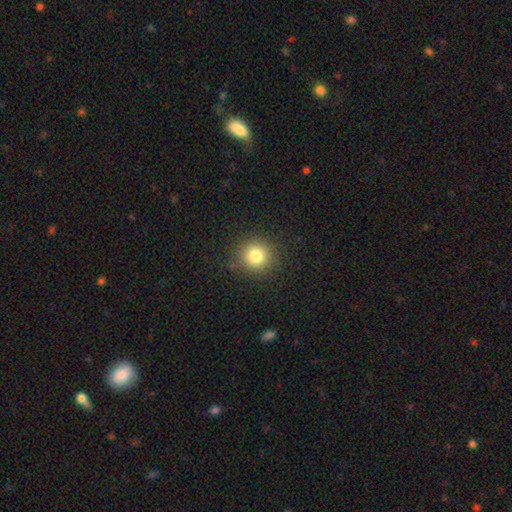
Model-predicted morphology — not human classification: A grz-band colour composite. It shows a smooth galaxy with no disk features (81%) that is round (91%). Merging: none (89%).